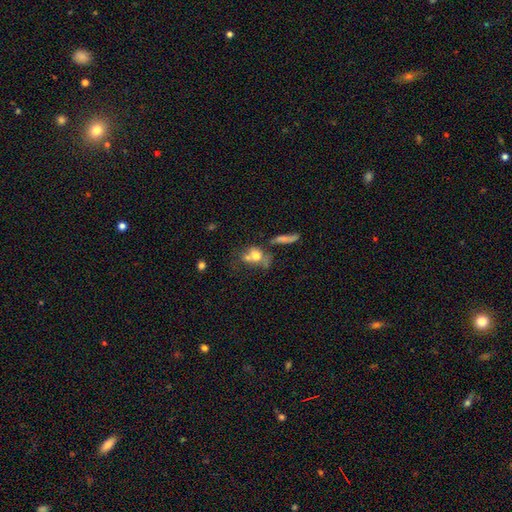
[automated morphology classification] This is likely a smooth galaxy (67%). How rounded: possibly round (55%). Merging: marginally merger (45%).